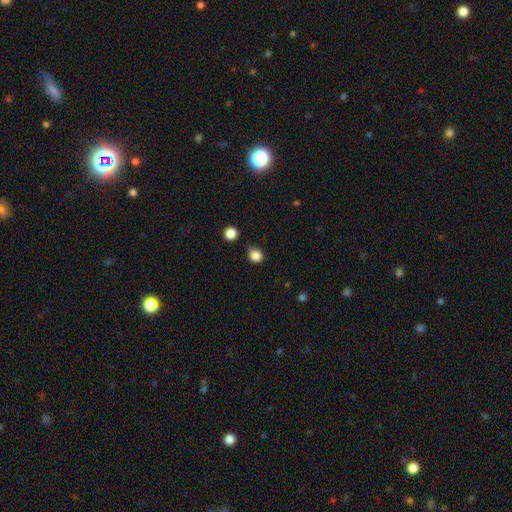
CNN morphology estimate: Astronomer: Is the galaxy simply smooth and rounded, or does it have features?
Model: smooth — 85%.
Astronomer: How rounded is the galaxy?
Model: round — 79%.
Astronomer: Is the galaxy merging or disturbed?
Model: none — 75%.